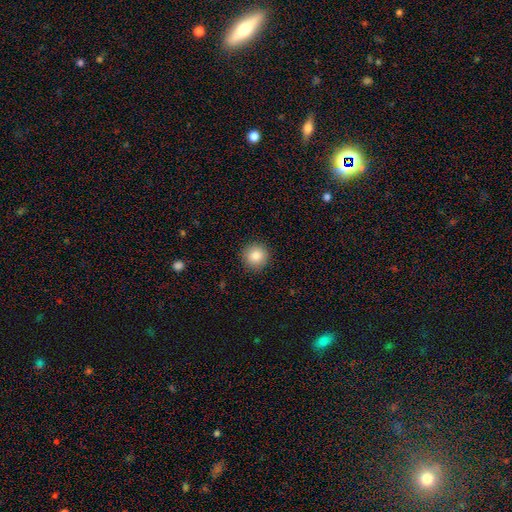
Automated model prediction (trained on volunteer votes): Smooth or featured? smooth (86%)
How rounded? round (95%)
Merging? none (92%)